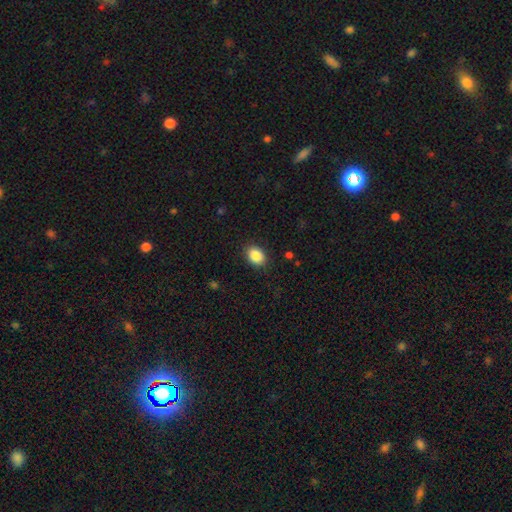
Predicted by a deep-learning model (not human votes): Smooth or featured?
  - smooth: 88% *
  - star or artifact: 8%
  - featured or disk: 4%
How rounded?
  - in between: 73% *
  - round: 26%
  - cigar-shaped: 1%
Merging?
  - none: 88% *
  - minor disturbance: 9%
  - major disturbance: 2%
  - merger: 1%